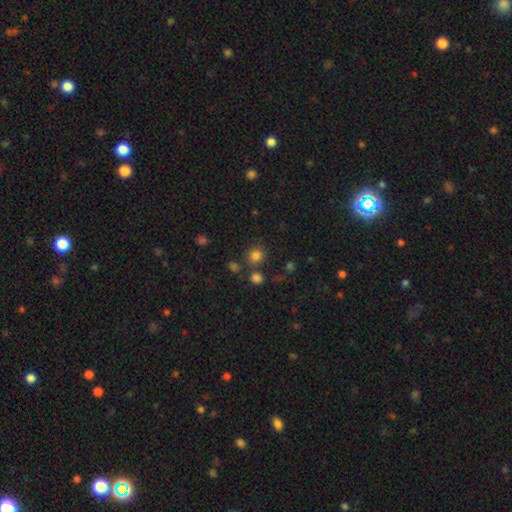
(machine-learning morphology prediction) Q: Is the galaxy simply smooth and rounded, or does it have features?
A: smooth — 79%.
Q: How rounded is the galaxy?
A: round — 81%.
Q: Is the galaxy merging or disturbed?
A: none — 74%.